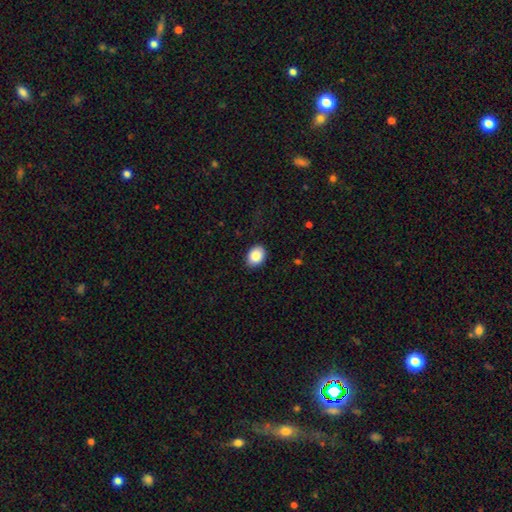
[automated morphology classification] smooth-or-featured: smooth: 87% | star or artifact: 8% | featured or disk: 5%
  how-rounded: in between: 63% | round: 36% | cigar-shaped: 1%
  merging: none: 88% | minor disturbance: 9% | major disturbance: 2% | merger: 1%